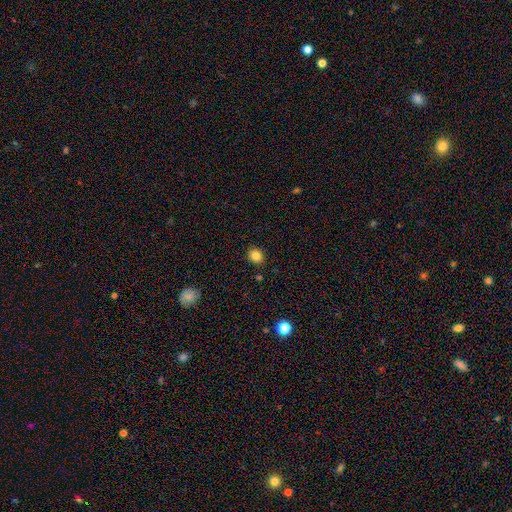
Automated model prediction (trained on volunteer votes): smooth_or_featured: smooth (p=0.83) [alt: star or artifact p=0.11]
how_rounded: round (p=0.63) [alt: in between p=0.36]
merging: none (p=0.87) [alt: minor disturbance p=0.09]